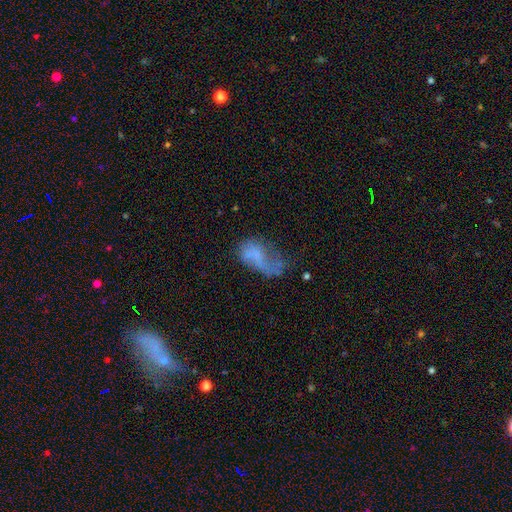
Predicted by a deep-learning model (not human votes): Q: Smooth or featured?
A: smooth (45%); runner-up: featured or disk (43%)
Q: Merging?
A: major disturbance (42%); runner-up: none (25%)